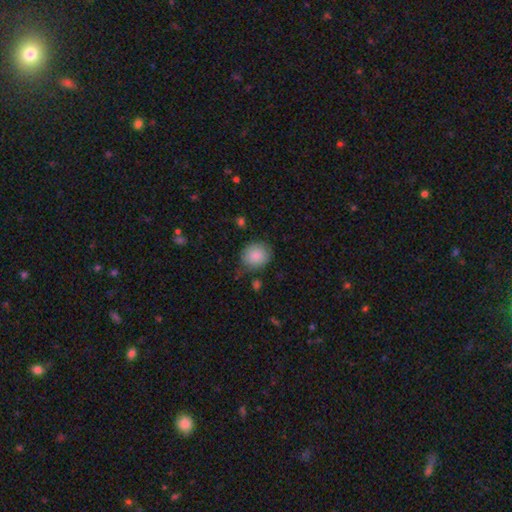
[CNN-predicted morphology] smooth 85%, star or artifact 8%, featured or disk 7%. Down the decision tree: how rounded — round (72%); merging — none (70%).